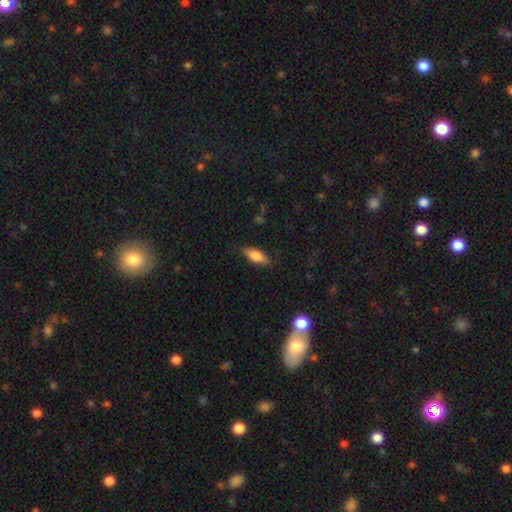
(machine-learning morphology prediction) smooth_or_featured: smooth (p=0.72) [alt: featured or disk p=0.21]
how_rounded: in between (p=0.73) [alt: cigar-shaped p=0.24]
merging: none (p=0.82) [alt: minor disturbance p=0.14]